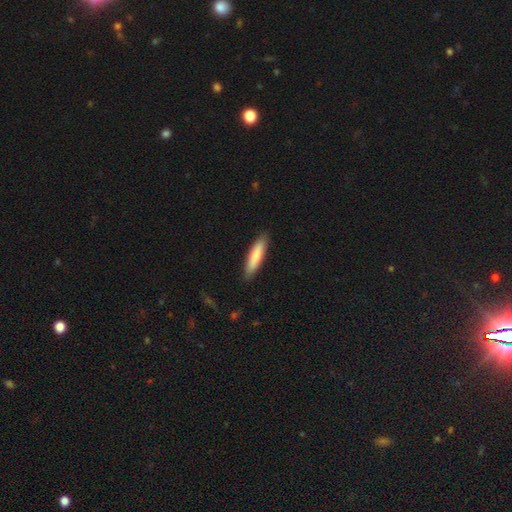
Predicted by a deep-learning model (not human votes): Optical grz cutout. It shows a smooth galaxy with no disk features (80%) that is cigar-shaped (78%). Merging: none (88%).